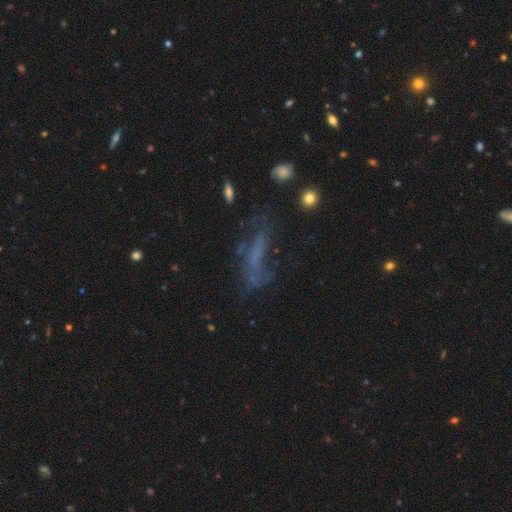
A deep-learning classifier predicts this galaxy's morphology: featured or disk 43%, smooth 32%, star or artifact 24%. Down the decision tree: merging — none (40%).